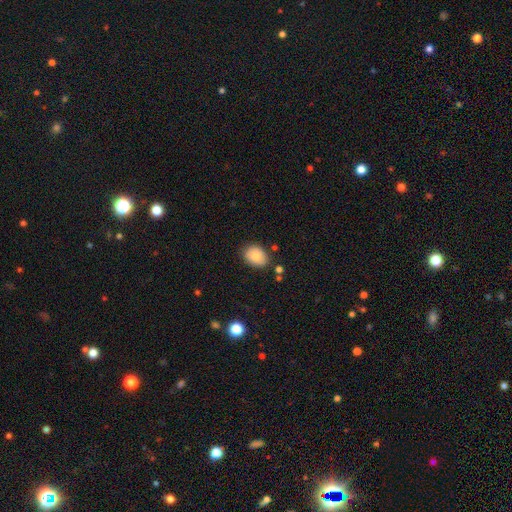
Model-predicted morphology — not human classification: Smooth or featured?
  - smooth: 82% *
  - featured or disk: 10%
  - star or artifact: 8%
How rounded?
  - in between: 66% *
  - round: 33%
  - cigar-shaped: 1%
Merging?
  - none: 77% *
  - minor disturbance: 17%
  - merger: 3%
  - major disturbance: 3%